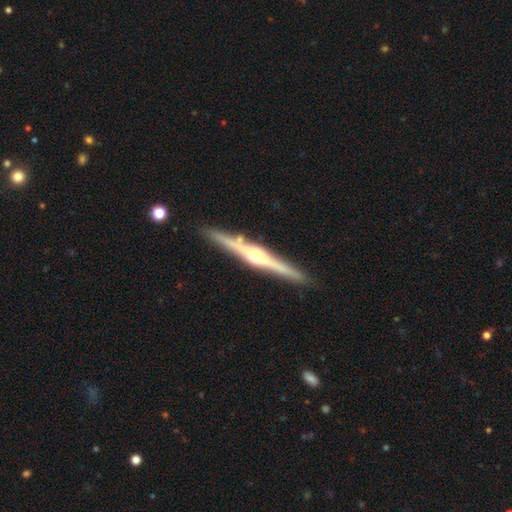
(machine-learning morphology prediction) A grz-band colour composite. It shows a featured or disk galaxy (81%) viewed edge-on (98%) with a rounded central bulge (74%). Merging: none (88%).